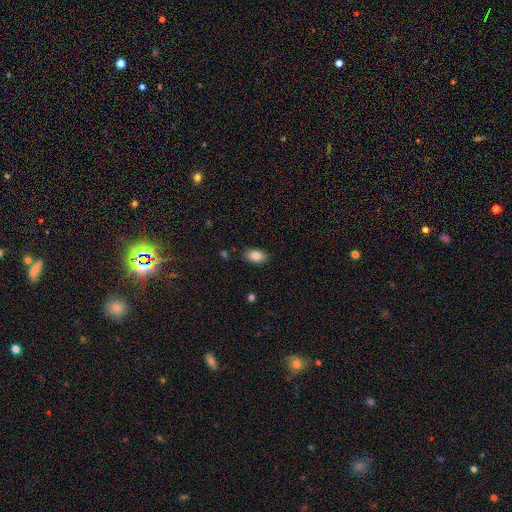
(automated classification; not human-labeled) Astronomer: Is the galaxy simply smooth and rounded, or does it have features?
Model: smooth — 84%.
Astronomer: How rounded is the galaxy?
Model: in between — 92%.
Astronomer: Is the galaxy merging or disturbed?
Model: none — 87%.